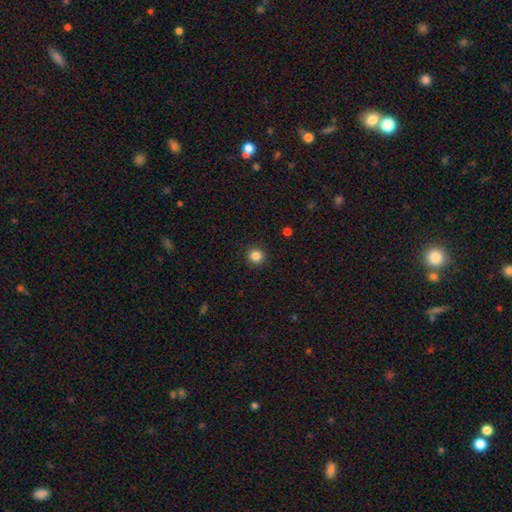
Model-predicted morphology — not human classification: smooth_or_featured: smooth (p=0.85) [alt: star or artifact p=0.11]
how_rounded: round (p=0.95) [alt: in between p=0.04]
merging: none (p=0.92) [alt: minor disturbance p=0.05]